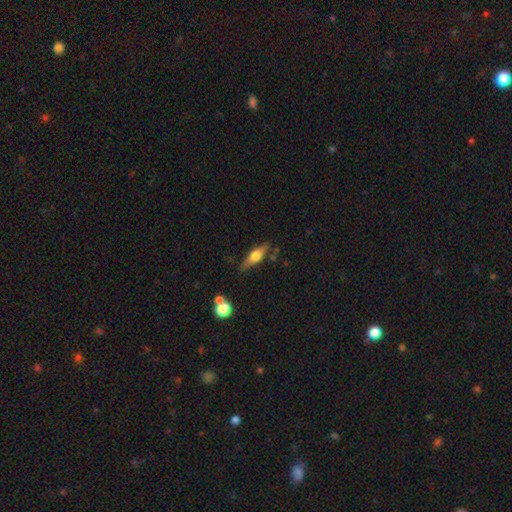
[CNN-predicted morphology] A smooth galaxy with no disk features (47%). Merging: none (72%).